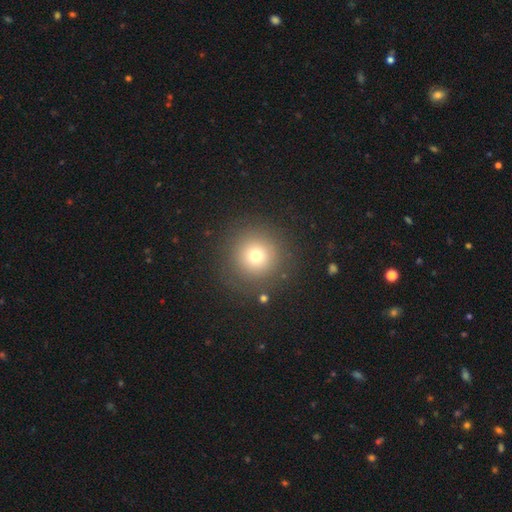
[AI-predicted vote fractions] Smooth or featured?
  - smooth: 72% *
  - star or artifact: 17%
  - featured or disk: 12%
How rounded?
  - round: 95% *
  - in between: 4%
  - cigar-shaped: 1%
Merging?
  - none: 86% *
  - minor disturbance: 7%
  - major disturbance: 5%
  - merger: 2%